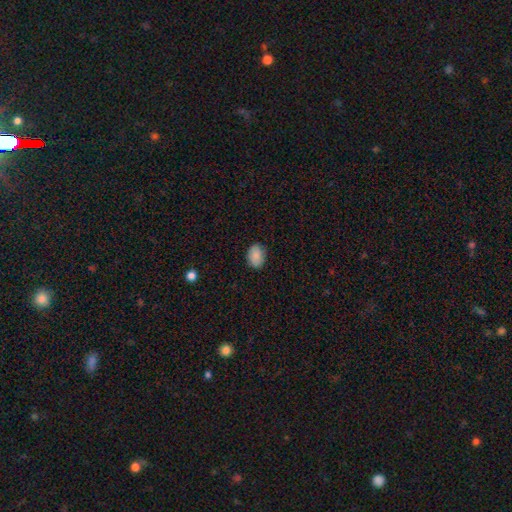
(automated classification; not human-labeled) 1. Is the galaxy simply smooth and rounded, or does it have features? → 88% smooth, 7% star or artifact, 5% featured or disk.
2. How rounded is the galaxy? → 81% in between, 18% round, 1% cigar-shaped.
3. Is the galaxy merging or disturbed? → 85% none, 11% minor disturbance, 2% major disturbance, 1% merger.